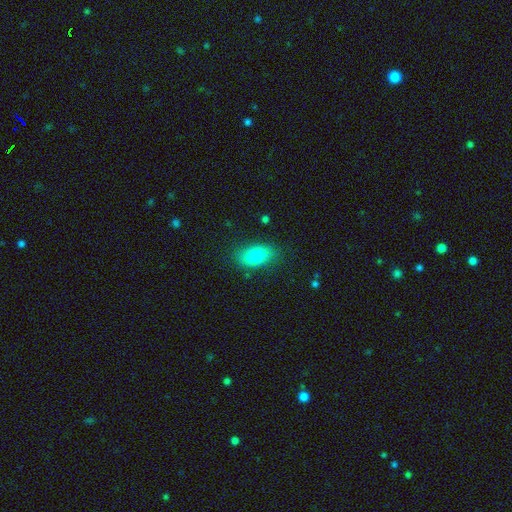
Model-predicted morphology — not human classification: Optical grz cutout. It shows a smooth galaxy with no disk features (80%) that is in between round and cigar-shaped (90%). Merging: none (81%).